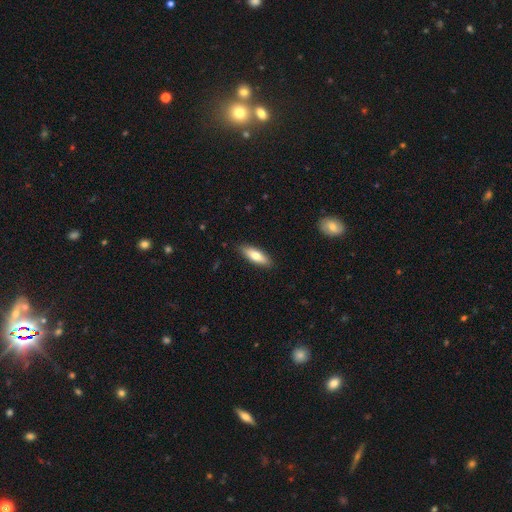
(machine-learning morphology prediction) A smooth galaxy with no disk features (72%) that is in between round and cigar-shaped (57%).

Vote fractions:
- Smooth or featured? smooth: 72% / featured or disk: 22% / star or artifact: 6%
- How rounded? in between: 57% / cigar-shaped: 41% / round: 2%
- Merging? none: 88% / minor disturbance: 9% / major disturbance: 2% / merger: 1%